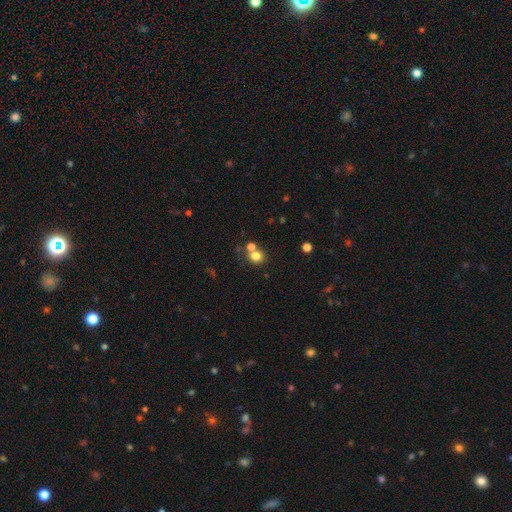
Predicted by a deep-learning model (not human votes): Smooth or featured?
  - smooth: 77% *
  - star or artifact: 14%
  - featured or disk: 9%
How rounded?
  - round: 80% *
  - in between: 20%
  - cigar-shaped: 1%
Merging?
  - none: 56% *
  - merger: 31%
  - minor disturbance: 9%
  - major disturbance: 4%